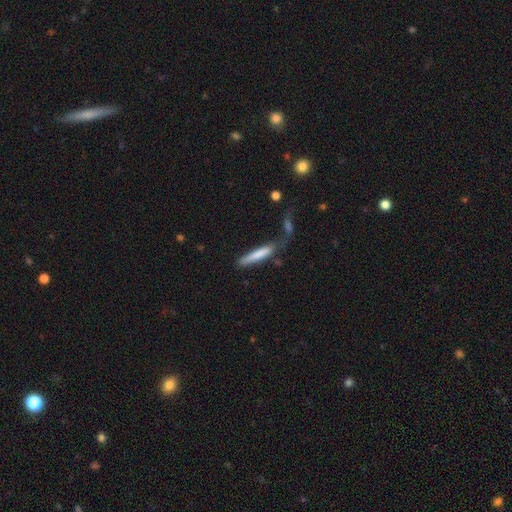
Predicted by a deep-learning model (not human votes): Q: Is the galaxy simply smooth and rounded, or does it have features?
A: smooth — 73%.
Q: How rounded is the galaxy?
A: cigar-shaped — 91%.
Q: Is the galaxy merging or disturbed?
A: none — 52%.